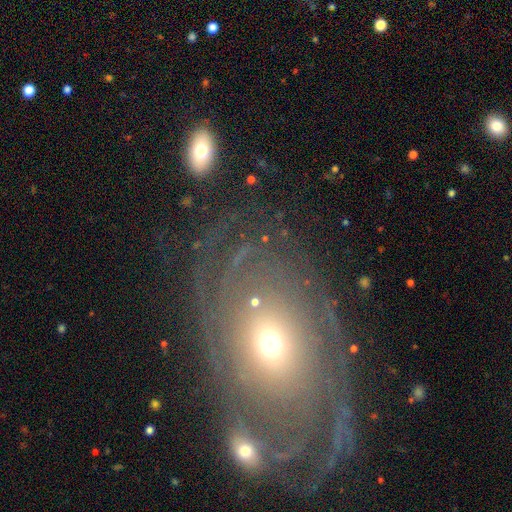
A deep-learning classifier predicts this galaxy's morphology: Smooth or featured?
  - featured or disk: 73% *
  - smooth: 15%
  - star or artifact: 12%
Edge-on disk?
  - no: 94% *
  - yes: 6%
Bar?
  - no: 77% *
  - weak: 17%
  - strong: 6%
Spiral arms?
  - yes: 85% *
  - no: 15%
Spiral winding?
  - tight: 74% *
  - medium: 19%
  - loose: 7%
Spiral arm count?
  - can't tell: 44% *
  - more than 4: 14%
  - 3: 12%
  - 2: 12%
  - 4: 11%
  - 1: 7%
Bulge size?
  - moderate: 49% *
  - small: 42%
  - large: 5%
  - dominant: 2%
  - none: 1%
Merging?
  - none: 69% *
  - minor disturbance: 15%
  - major disturbance: 9%
  - merger: 7%